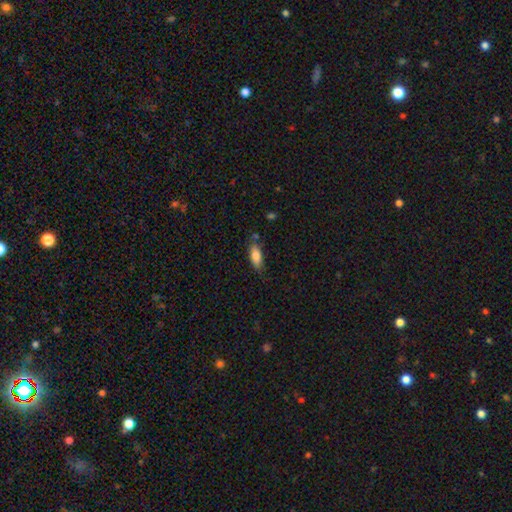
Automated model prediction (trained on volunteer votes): Smooth or featured: smooth — 82% (featured or disk — 11%)
How rounded: in between — 73% (cigar-shaped — 25%)
Merging: none — 73% (minor disturbance — 18%)